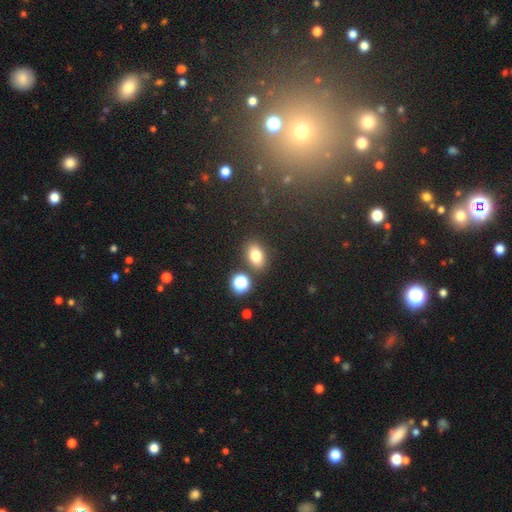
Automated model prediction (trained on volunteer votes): Smooth or featured? smooth (77%)
How rounded? in between (73%)
Merging? none (80%)